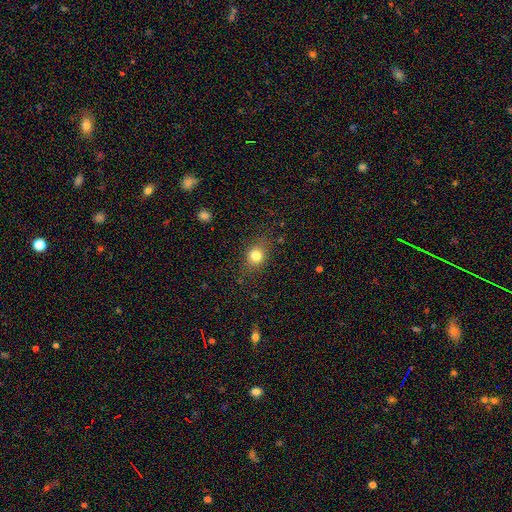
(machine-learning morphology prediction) Smooth or featured: smooth — 79% (star or artifact — 12%)
How rounded: round — 58% (in between — 40%)
Merging: none — 80% (minor disturbance — 14%)